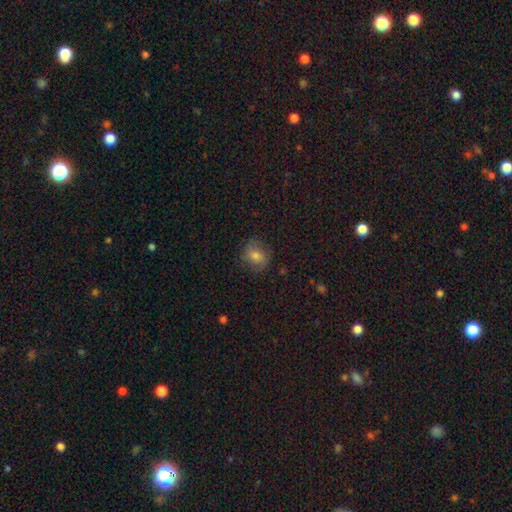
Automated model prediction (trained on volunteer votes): Smooth or featured?
  - smooth: 67% *
  - featured or disk: 20%
  - star or artifact: 12%
How rounded?
  - round: 62% *
  - in between: 36%
  - cigar-shaped: 1%
Merging?
  - none: 76% *
  - minor disturbance: 17%
  - major disturbance: 6%
  - merger: 1%